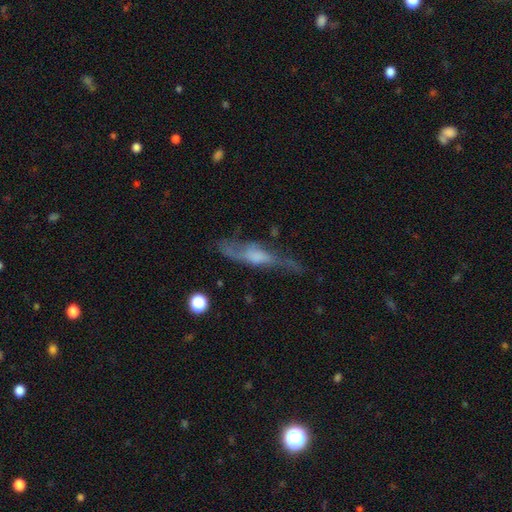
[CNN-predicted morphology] This appears to be a featured or disk galaxy (62%) viewed edge-on (53%). Merging: none (49%).